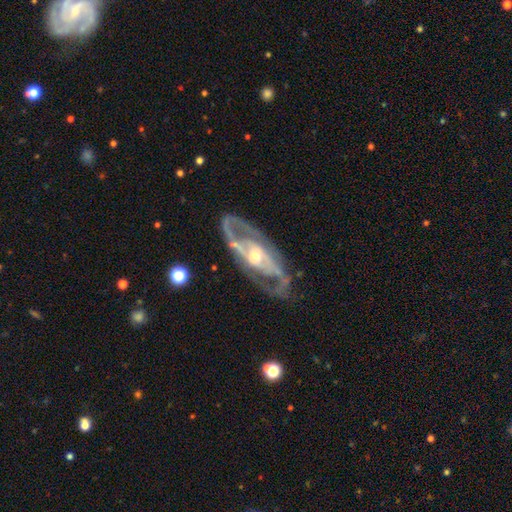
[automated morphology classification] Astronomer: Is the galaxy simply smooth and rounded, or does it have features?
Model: featured or disk — 87%.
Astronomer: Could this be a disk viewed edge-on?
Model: no — 91%.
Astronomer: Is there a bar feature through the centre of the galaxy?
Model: no — 51% (runner-up: weak, 29%).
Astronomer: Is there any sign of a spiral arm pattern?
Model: yes — 84%.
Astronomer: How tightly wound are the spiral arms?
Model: medium — 47% (runner-up: tight, 34%).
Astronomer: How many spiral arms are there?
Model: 2 — 80%.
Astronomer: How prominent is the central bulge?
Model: moderate — 52% (runner-up: small, 41%).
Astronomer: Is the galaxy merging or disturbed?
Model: none — 74%.